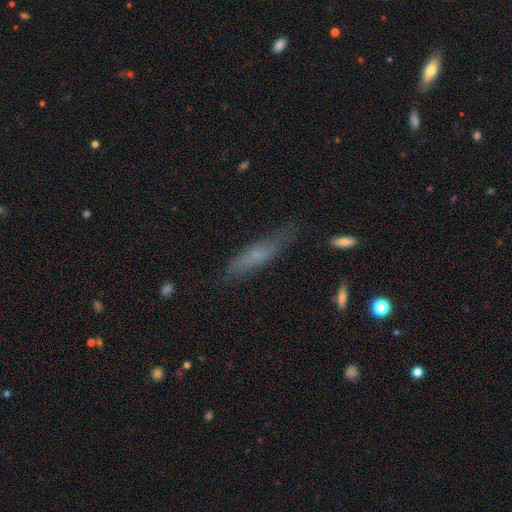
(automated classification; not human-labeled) Q: Smooth or featured?
A: smooth (56%); runner-up: featured or disk (35%)
Q: How rounded?
A: cigar-shaped (77%); runner-up: in between (21%)
Q: Merging?
A: none (69%); runner-up: minor disturbance (22%)